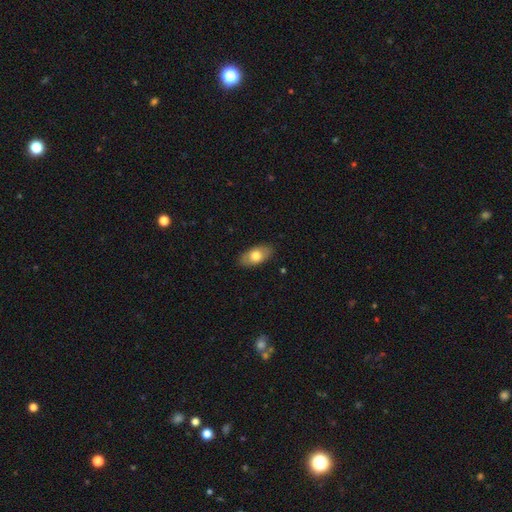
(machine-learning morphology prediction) This is likely a smooth galaxy (74%). How rounded: clearly in between (91%). Merging: clearly none (87%).